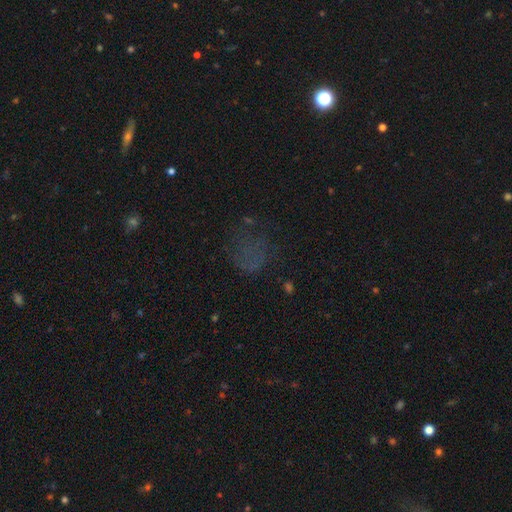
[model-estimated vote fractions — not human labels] This appears to be a smooth galaxy with no disk features (40%, tied with star or artifact). Merging: none (55%).